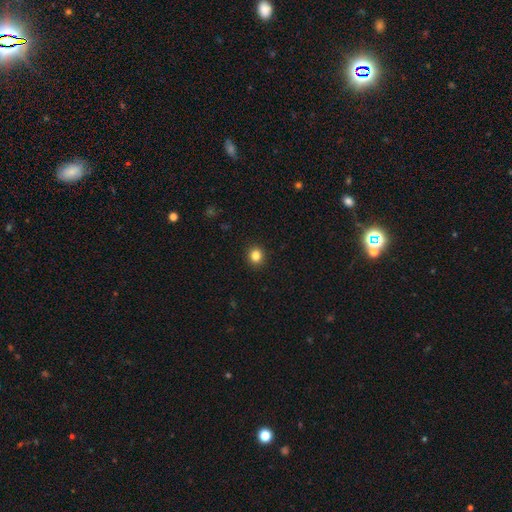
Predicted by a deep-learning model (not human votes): Smooth or featured? smooth (84%)
How rounded? round (86%)
Merging? none (92%)